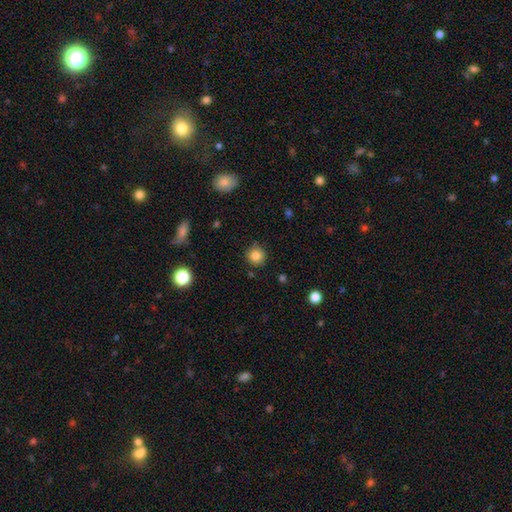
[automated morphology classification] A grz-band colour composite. It shows a smooth galaxy with no disk features (83%) that is round (93%). Merging: none (87%).